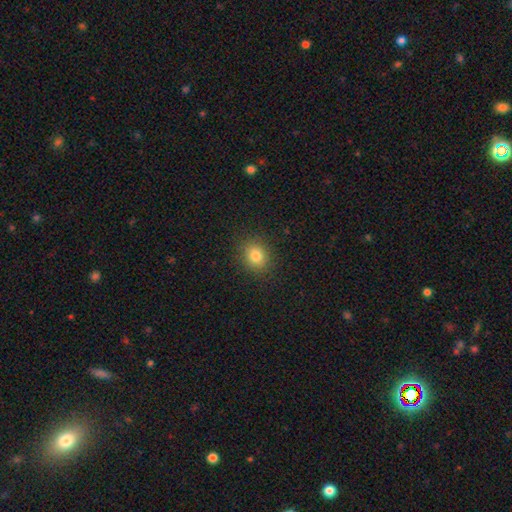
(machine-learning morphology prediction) Overall: smooth (82%). How rounded: round (70%). Merging: none (89%).